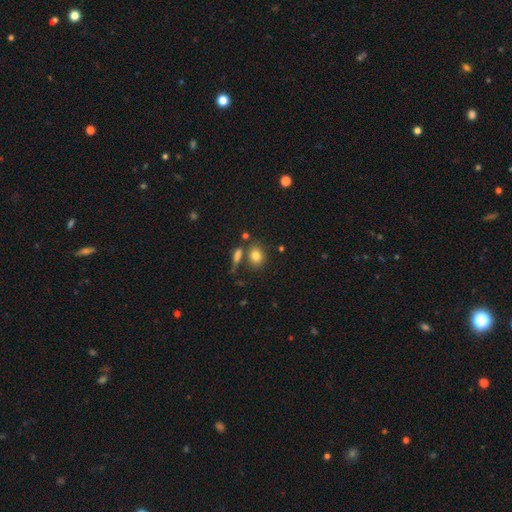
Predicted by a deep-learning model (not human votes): Smooth or featured? Predicted: smooth (p=0.81). How rounded? Predicted: in between (p=0.54). Merging? Predicted: none (p=0.65).